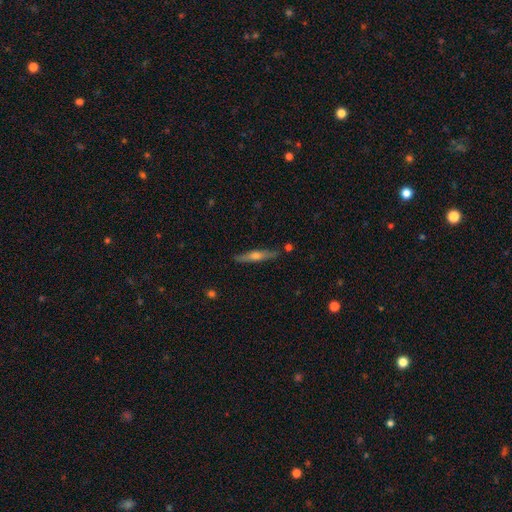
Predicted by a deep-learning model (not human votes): A featured or disk galaxy (64%) viewed edge-on (95%) with a rounded central bulge (87%). Merging: none (87%).